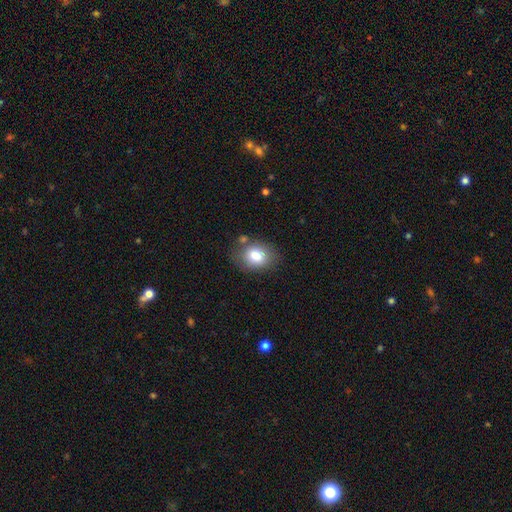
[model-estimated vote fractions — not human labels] Smooth or featured? Predicted: smooth (p=0.80). How rounded? Predicted: in between (p=0.69). Merging? Predicted: none (p=0.71).